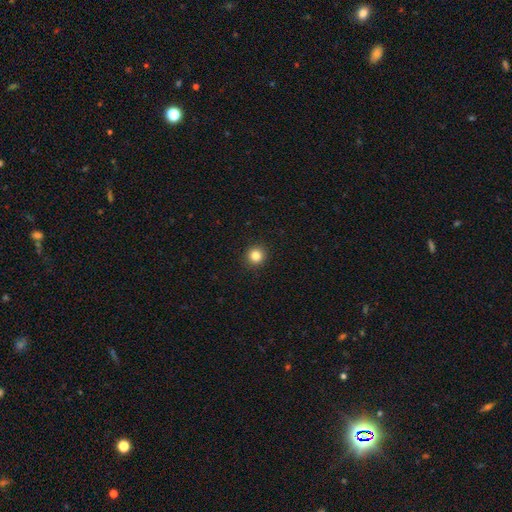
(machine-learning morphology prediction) A smooth galaxy with no disk features (83%) that is round (94%).

Vote fractions:
- Smooth or featured? smooth: 83% / star or artifact: 12% / featured or disk: 5%
- How rounded? round: 94% / in between: 5% / cigar-shaped: 1%
- Merging? none: 93% / minor disturbance: 4% / major disturbance: 2% / merger: 1%